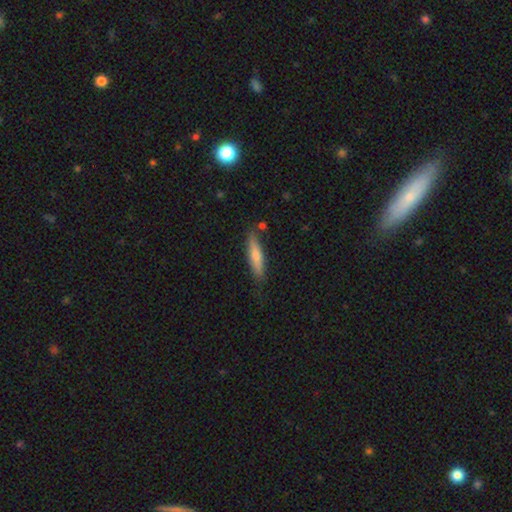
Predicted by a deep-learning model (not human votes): A smooth galaxy with no disk features (65%) that is cigar-shaped (83%).

Vote fractions:
- Smooth or featured? smooth: 65% / featured or disk: 29% / star or artifact: 6%
- How rounded? cigar-shaped: 83% / in between: 16% / round: 2%
- Merging? none: 80% / minor disturbance: 14% / merger: 3% / major disturbance: 3%